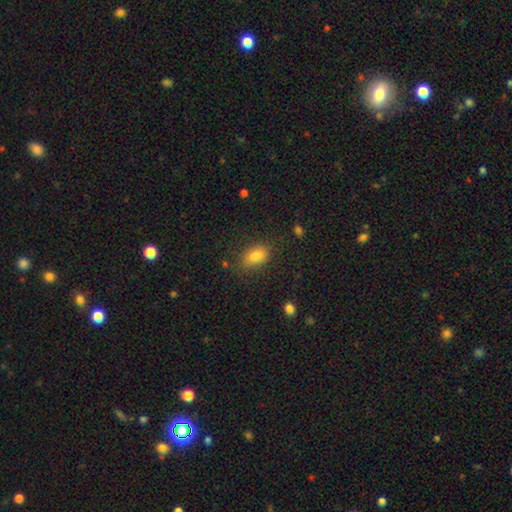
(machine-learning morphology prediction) Overall: smooth (82%). How rounded: in between (86%). Merging: none (76%).